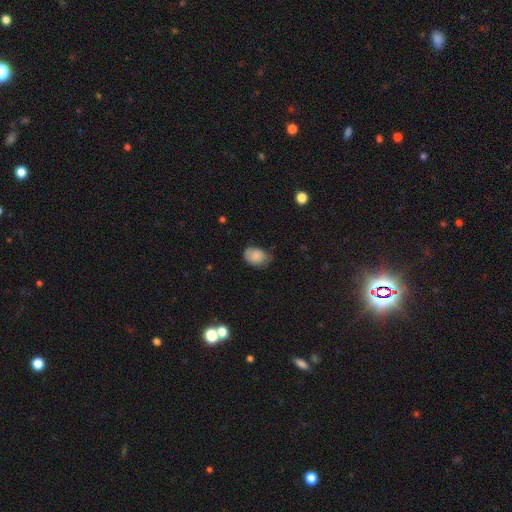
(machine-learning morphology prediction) Overall: smooth (81%). How rounded: in between (74%). Merging: none (53%; minor disturbance 36%).